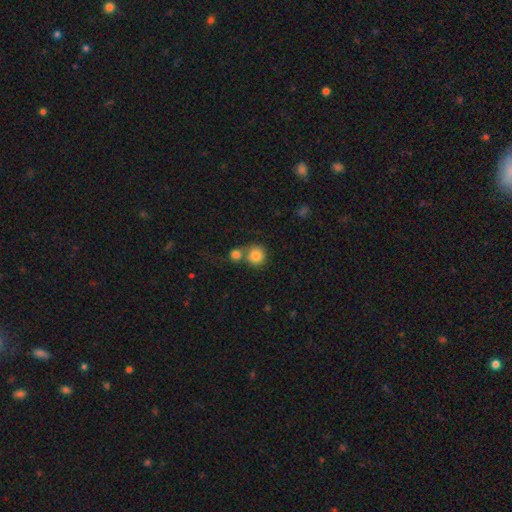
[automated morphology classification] Smooth or featured? Predicted: smooth (p=0.83). How rounded? Predicted: round (p=0.89). Merging? Predicted: none (p=0.50).